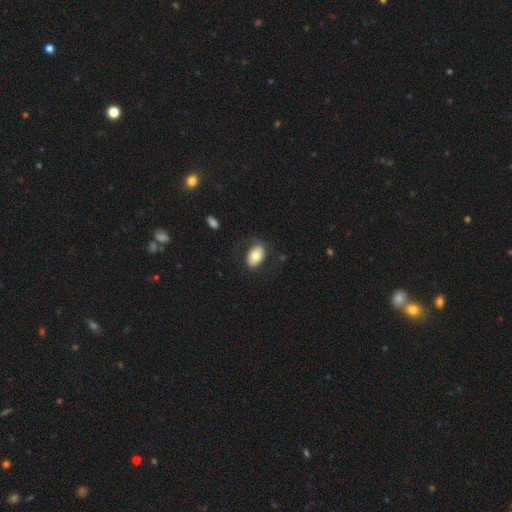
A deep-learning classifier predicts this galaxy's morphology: A smooth galaxy with no disk features (69%) that is in between round and cigar-shaped (88%).

Vote fractions:
- Smooth or featured? smooth: 69% / featured or disk: 24% / star or artifact: 7%
- How rounded? in between: 88% / round: 11% / cigar-shaped: 1%
- Merging? none: 71% / minor disturbance: 18% / major disturbance: 10% / merger: 2%